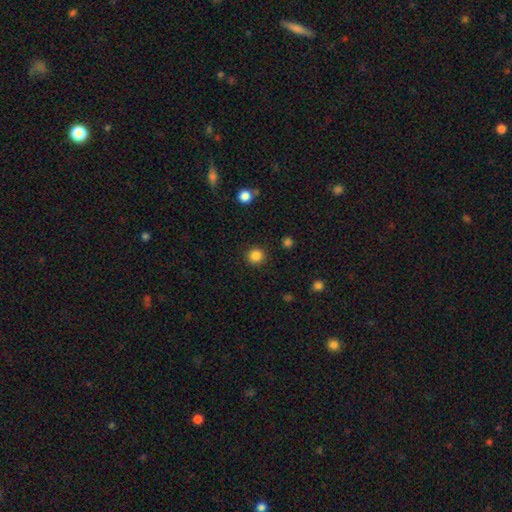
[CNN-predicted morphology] Smooth or featured: smooth — 85% (star or artifact — 11%)
How rounded: round — 93% (in between — 6%)
Merging: none — 91% (minor disturbance — 5%)